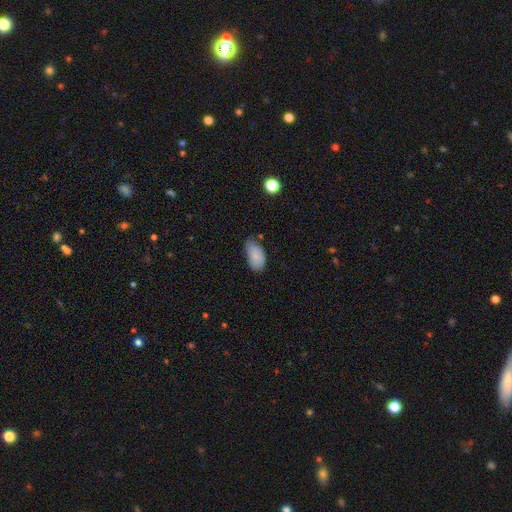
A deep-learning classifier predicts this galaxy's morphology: type=smooth (83%); roundness=in between (94%); merging=none (54%).